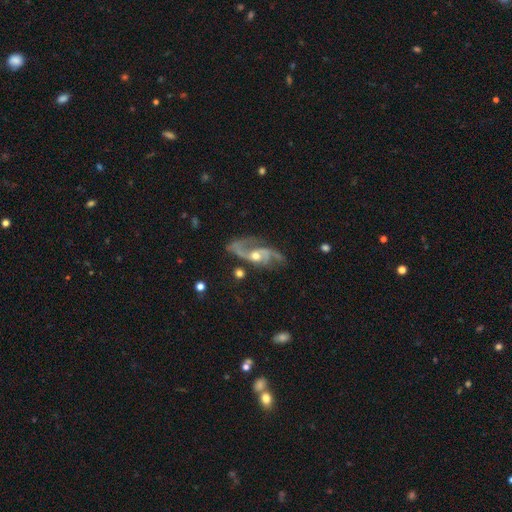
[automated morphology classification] Smooth or featured? featured or disk (88%)
Edge-on disk? no (95%)
Bar? no (63%)
Spiral arms? yes (95%)
Spiral winding? loose (47%)
Spiral arm count? 2 (77%)
Bulge size? moderate (66%)
Merging? none (53%)